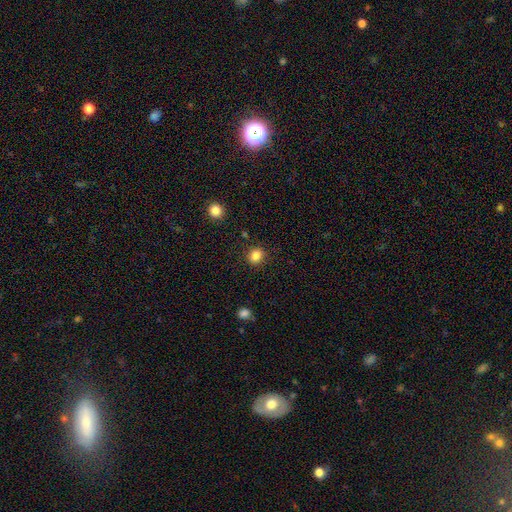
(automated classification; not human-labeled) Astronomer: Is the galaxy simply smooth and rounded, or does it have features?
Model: smooth — 85%.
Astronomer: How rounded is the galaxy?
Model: round — 71%.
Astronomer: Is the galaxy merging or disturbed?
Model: none — 88%.